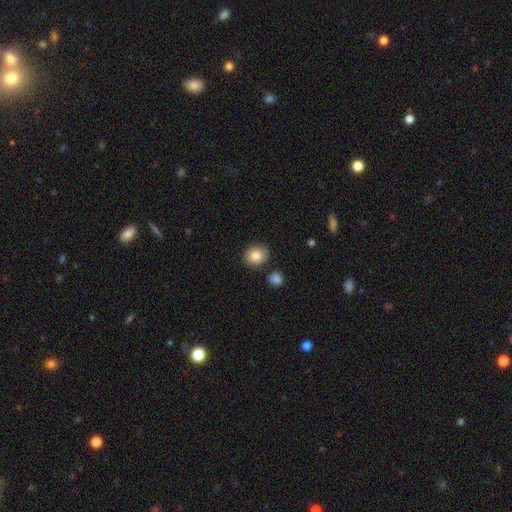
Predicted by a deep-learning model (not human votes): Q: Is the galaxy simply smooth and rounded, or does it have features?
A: smooth — 83%.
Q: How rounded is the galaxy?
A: round — 70%.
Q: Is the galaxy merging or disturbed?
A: none — 83%.